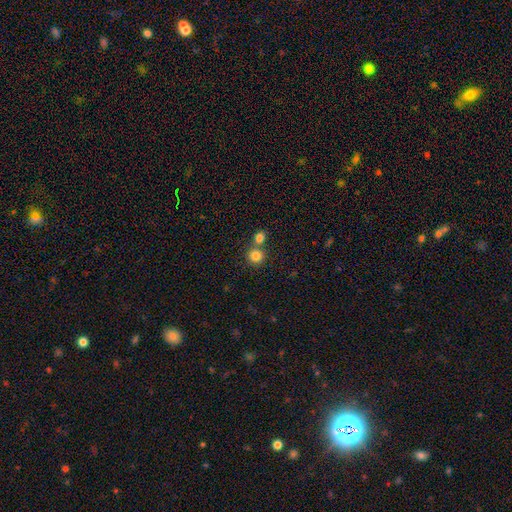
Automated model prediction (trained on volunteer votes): Smooth or featured?
  - smooth: 82% *
  - star or artifact: 12%
  - featured or disk: 6%
How rounded?
  - round: 90% *
  - in between: 9%
  - cigar-shaped: 1%
Merging?
  - none: 58% *
  - merger: 34%
  - minor disturbance: 6%
  - major disturbance: 2%